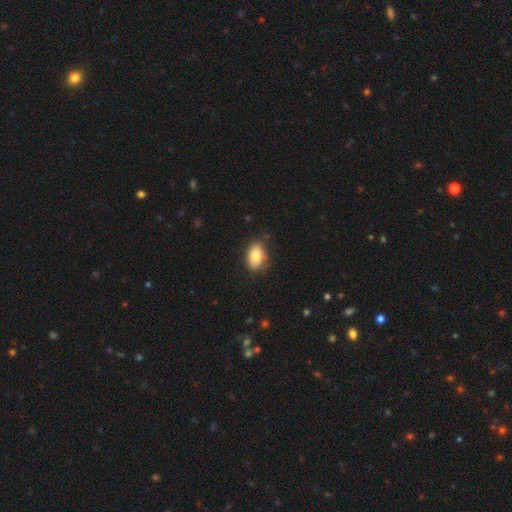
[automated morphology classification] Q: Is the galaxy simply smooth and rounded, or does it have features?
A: smooth — 84%.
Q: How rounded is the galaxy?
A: in between — 90%.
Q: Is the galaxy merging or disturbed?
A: none — 75%.